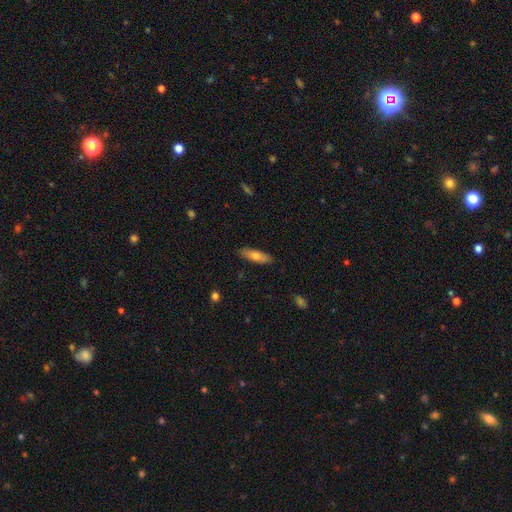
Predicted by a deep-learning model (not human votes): The model was most divided on "how rounded": cigar-shaped: 55%, in between: 43%, round: 2%. More confident: merging — none (87%); smooth or featured — smooth (66%).